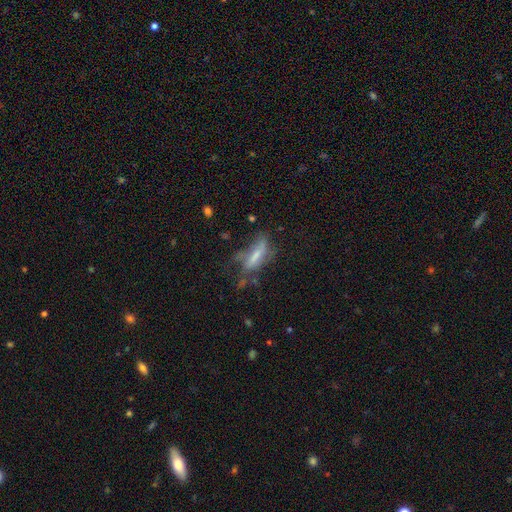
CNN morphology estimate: This is possibly a smooth galaxy (46%). Merging: marginally none (34%).